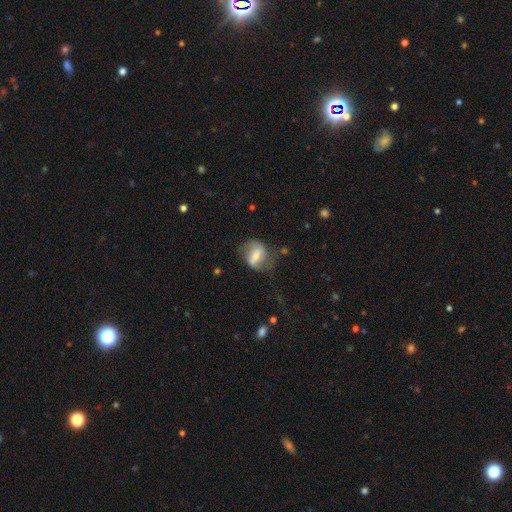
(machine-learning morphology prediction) featured or disk 58%, smooth 34%, star or artifact 8%. Down the decision tree: edge-on disk — no (94%); bar — strong (51%); spiral arms — yes (74%); bulge size — small (41%); merging — none (56%).